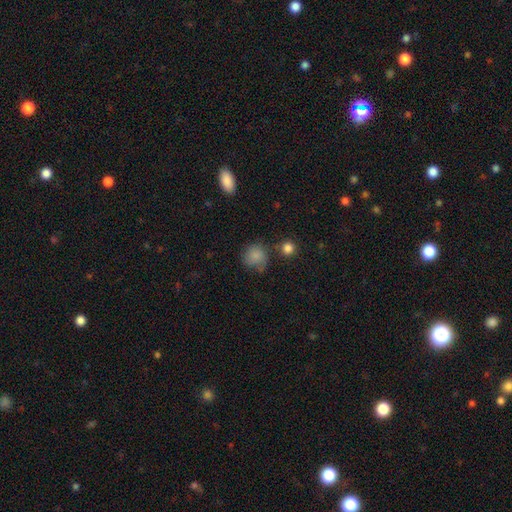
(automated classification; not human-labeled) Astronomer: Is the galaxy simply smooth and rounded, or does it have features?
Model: smooth — 82%.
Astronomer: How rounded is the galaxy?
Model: round — 84%.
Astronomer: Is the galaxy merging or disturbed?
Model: none — 61%.